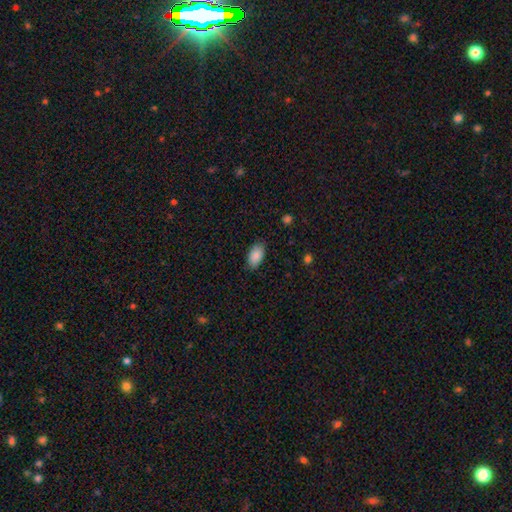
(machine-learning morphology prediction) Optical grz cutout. It shows a smooth galaxy with no disk features (88%) that is in between round and cigar-shaped (94%). Merging: none (86%).